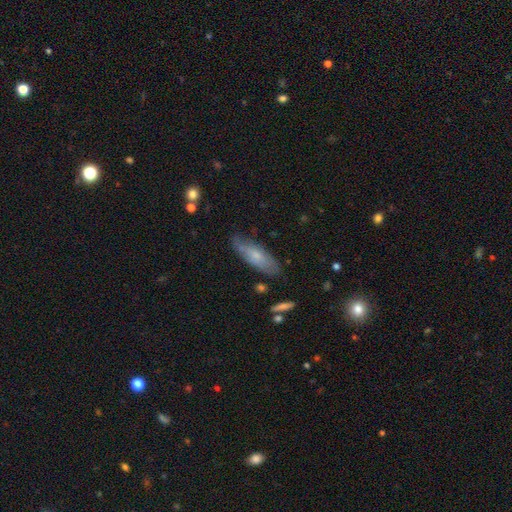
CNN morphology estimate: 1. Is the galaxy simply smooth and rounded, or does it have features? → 60% smooth, 34% featured or disk, 6% star or artifact.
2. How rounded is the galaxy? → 59% in between, 39% cigar-shaped, 2% round.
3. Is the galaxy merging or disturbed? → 68% none, 24% minor disturbance, 5% major disturbance, 3% merger.